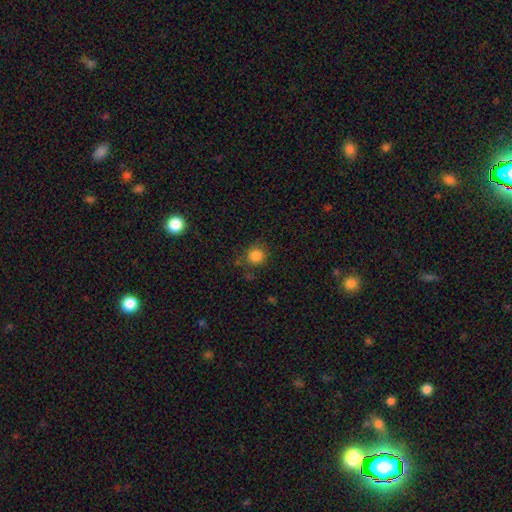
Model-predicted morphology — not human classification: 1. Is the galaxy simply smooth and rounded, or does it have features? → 84% smooth, 12% star or artifact, 5% featured or disk.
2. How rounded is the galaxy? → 90% round, 9% in between, 1% cigar-shaped.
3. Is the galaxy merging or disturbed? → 78% none, 14% minor disturbance, 5% major disturbance, 3% merger.